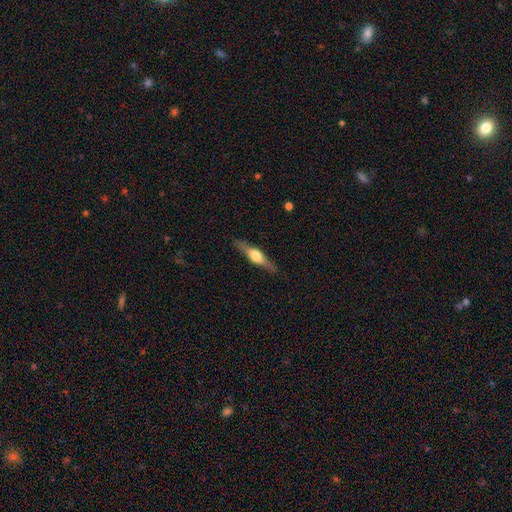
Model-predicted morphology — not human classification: Smooth or featured: featured or disk — 61% (smooth — 34%)
Edge-on disk: yes — 95% (no — 5%)
Edge-on bulge: rounded — 90% (boxy — 8%)
Merging: none — 87% (minor disturbance — 10%)